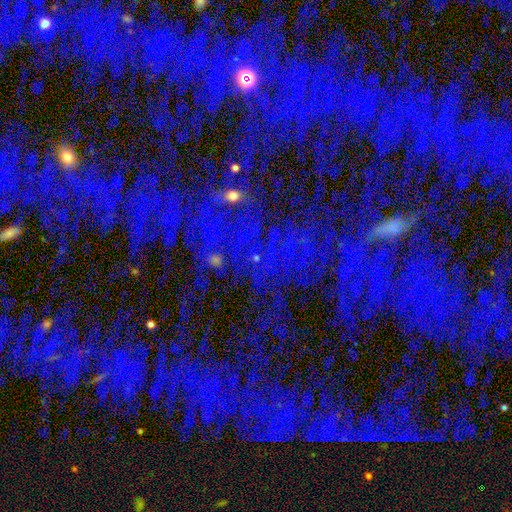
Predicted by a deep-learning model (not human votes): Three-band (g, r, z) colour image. It shows a star or artifact, not a galaxy (81%).